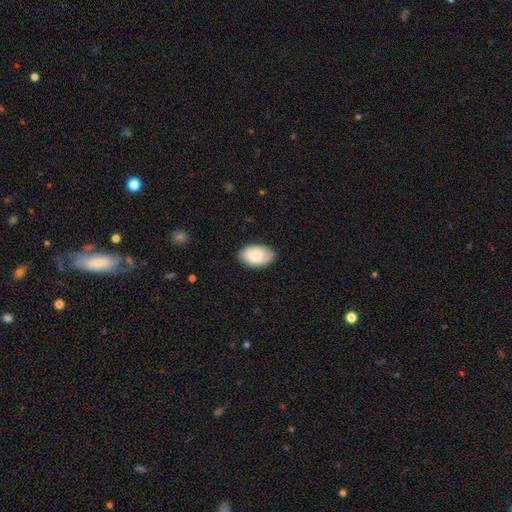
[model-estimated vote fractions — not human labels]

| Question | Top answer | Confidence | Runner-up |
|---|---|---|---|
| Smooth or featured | smooth | 77% | featured or disk (17%) |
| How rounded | in between | 92% | round (7%) |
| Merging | none | 81% | minor disturbance (15%) |